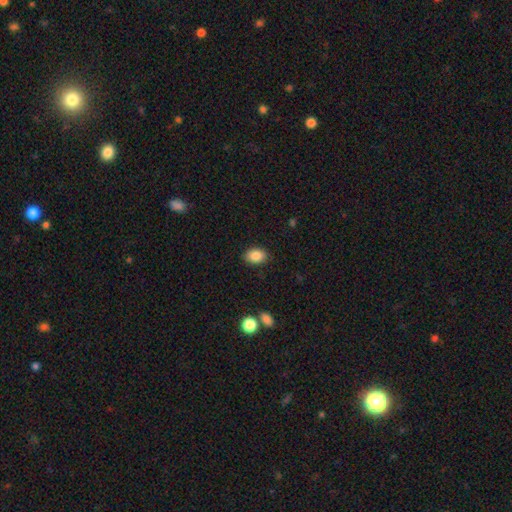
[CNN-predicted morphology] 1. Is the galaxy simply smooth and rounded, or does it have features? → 86% smooth, 8% star or artifact, 5% featured or disk.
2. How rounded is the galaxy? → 81% in between, 17% round, 1% cigar-shaped.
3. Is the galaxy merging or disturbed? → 87% none, 9% minor disturbance, 2% major disturbance, 1% merger.